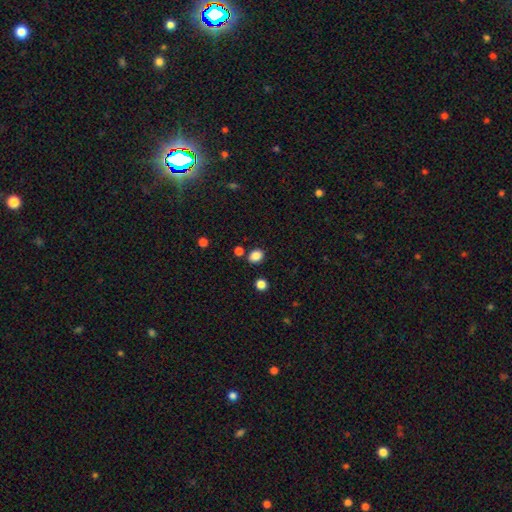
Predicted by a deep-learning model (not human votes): Smooth or featured? Predicted: smooth (p=0.85). How rounded? Predicted: in between (p=0.53). Merging? Predicted: none (p=0.81).